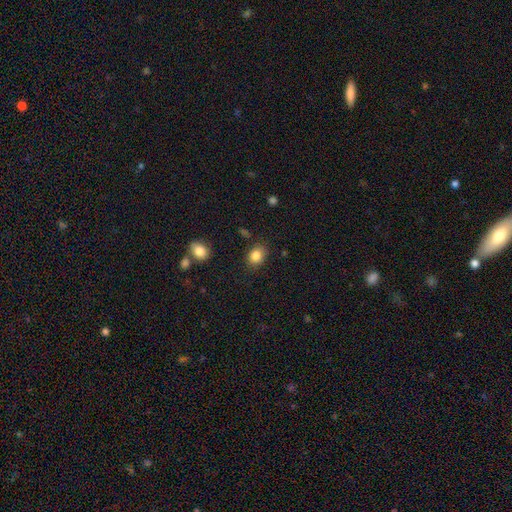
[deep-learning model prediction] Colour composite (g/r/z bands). It shows a smooth galaxy with no disk features (85%) that is in between round and cigar-shaped (54%). Merging: none (82%).